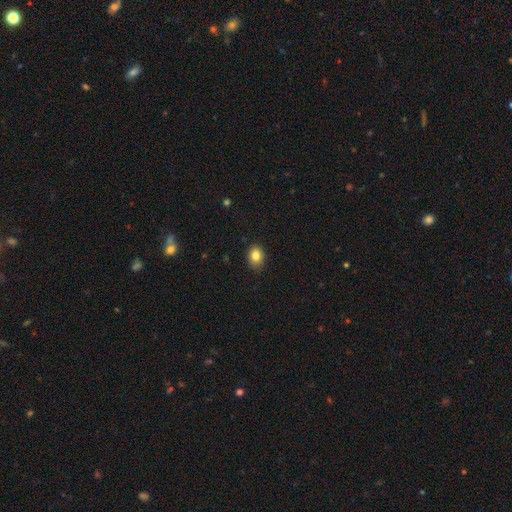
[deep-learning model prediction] smooth_or_featured: smooth (p=0.83) [alt: star or artifact p=0.10]
how_rounded: in between (p=0.60) [alt: round p=0.39]
merging: none (p=0.85) [alt: minor disturbance p=0.12]